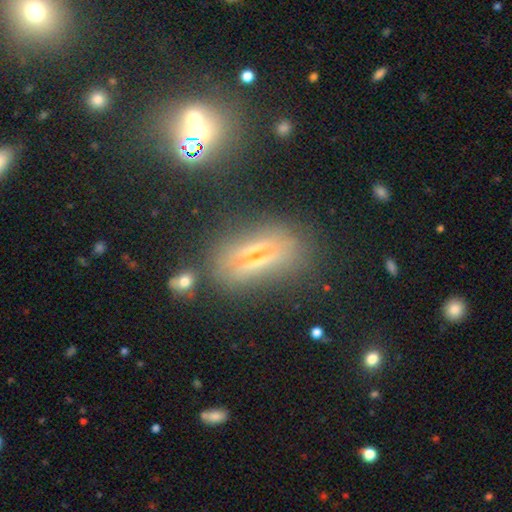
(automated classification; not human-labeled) Smooth or featured?
  - featured or disk: 49% *
  - smooth: 30%
  - star or artifact: 21%
Merging?
  - none: 58% *
  - minor disturbance: 20%
  - major disturbance: 15%
  - merger: 7%